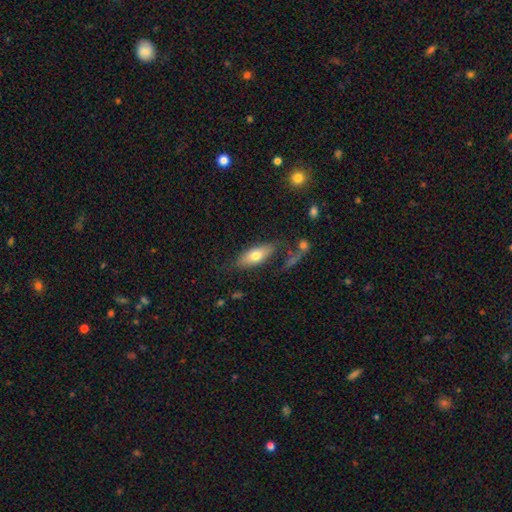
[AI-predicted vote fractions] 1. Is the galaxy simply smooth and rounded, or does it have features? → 71% smooth, 23% featured or disk, 6% star or artifact.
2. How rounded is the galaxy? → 78% in between, 19% cigar-shaped, 3% round.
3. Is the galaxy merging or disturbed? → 66% none, 19% minor disturbance, 8% major disturbance, 6% merger.